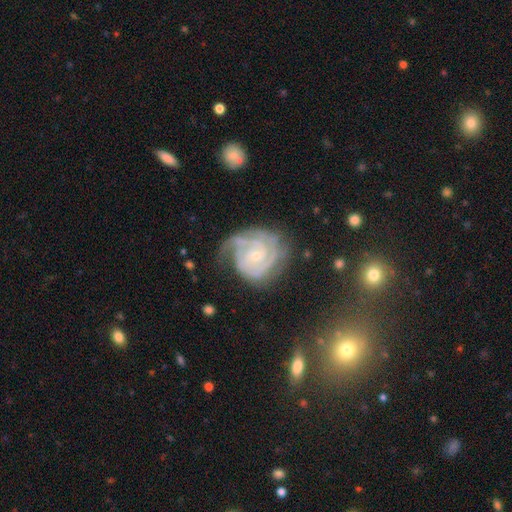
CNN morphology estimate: Smooth or featured: featured or disk — 89% (smooth — 6%)
Edge-on disk: no — 98% (yes — 2%)
Bar: no — 72% (weak — 22%)
Spiral arms: yes — 97% (no — 3%)
Spiral winding: tight — 72% (medium — 23%)
Spiral arm count: 2 — 32% (3 — 31%)
Bulge size: small — 74% (moderate — 23%)
Merging: none — 56% (minor disturbance — 25%)